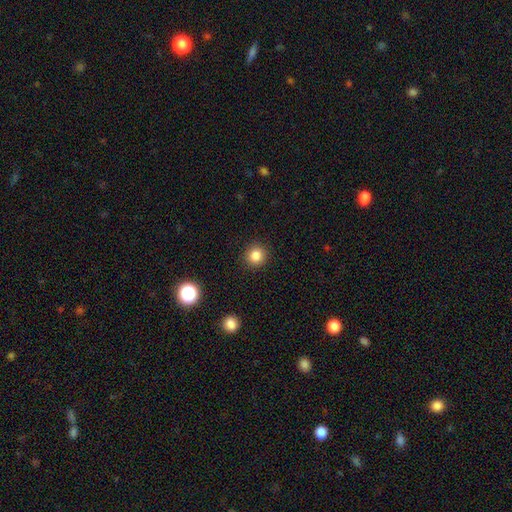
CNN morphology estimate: smooth_or_featured: smooth (p=0.84) [alt: star or artifact p=0.12]
how_rounded: round (p=0.92) [alt: in between p=0.07]
merging: none (p=0.91) [alt: minor disturbance p=0.06]